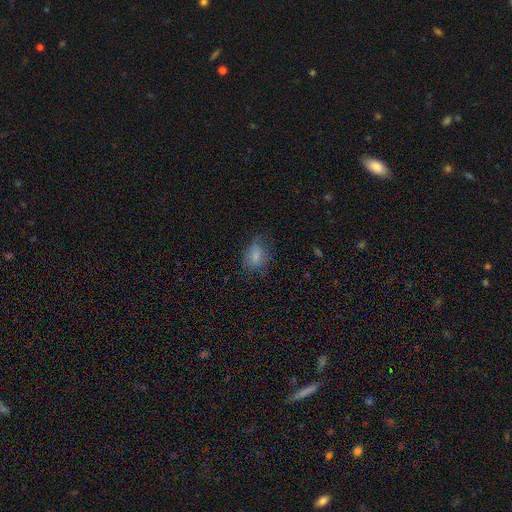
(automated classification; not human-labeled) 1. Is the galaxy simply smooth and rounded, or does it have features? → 73% smooth, 16% featured or disk, 11% star or artifact.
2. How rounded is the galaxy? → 68% in between, 30% round, 2% cigar-shaped.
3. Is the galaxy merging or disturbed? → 55% none, 28% minor disturbance, 16% major disturbance, 1% merger.